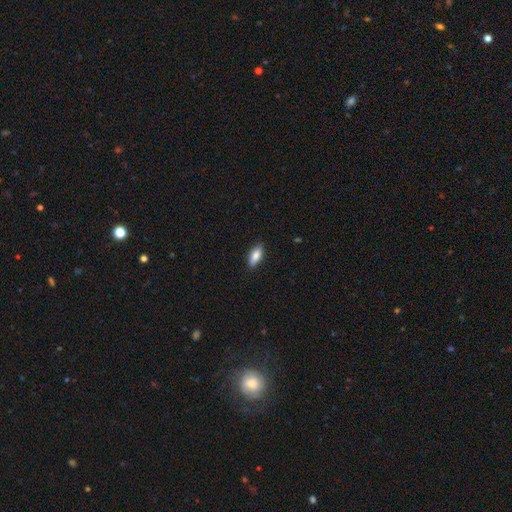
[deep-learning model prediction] Q: Smooth or featured?
A: smooth (82%); runner-up: featured or disk (11%)
Q: How rounded?
A: in between (80%); runner-up: cigar-shaped (17%)
Q: Merging?
A: none (86%); runner-up: minor disturbance (11%)